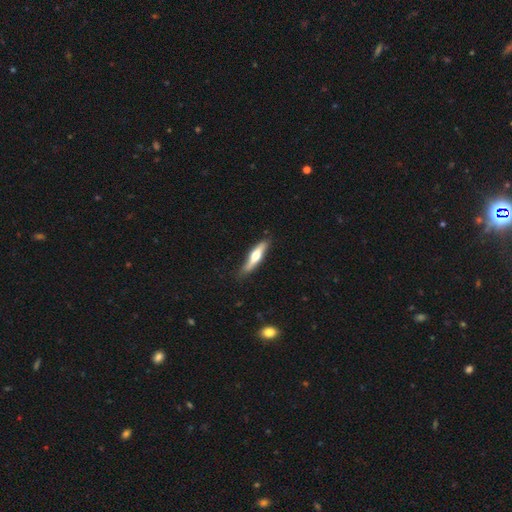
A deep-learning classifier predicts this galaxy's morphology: Overall: featured or disk (48%; smooth 47%). Merging: none (81%).